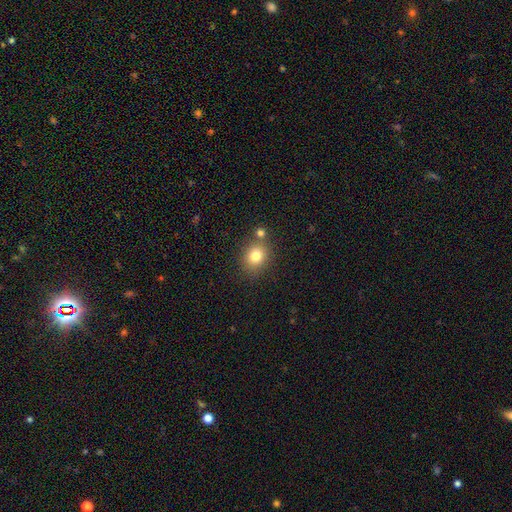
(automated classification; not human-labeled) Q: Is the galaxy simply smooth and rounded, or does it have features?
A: smooth — 79%.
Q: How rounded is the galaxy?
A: round — 70%.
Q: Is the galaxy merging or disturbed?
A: none — 72%.